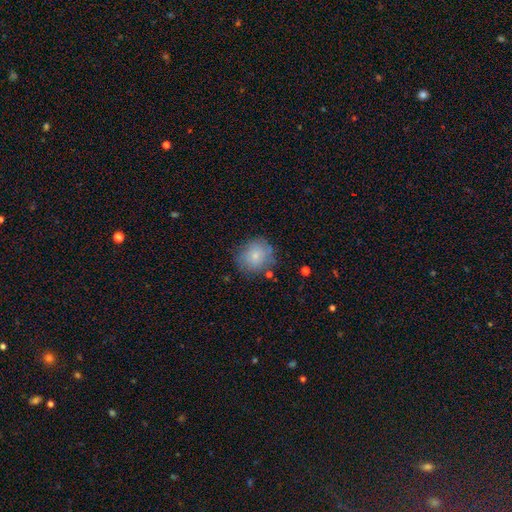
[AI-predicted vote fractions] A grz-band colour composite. It shows a smooth galaxy with no disk features (72%) that is round (84%). Merging: none (73%).